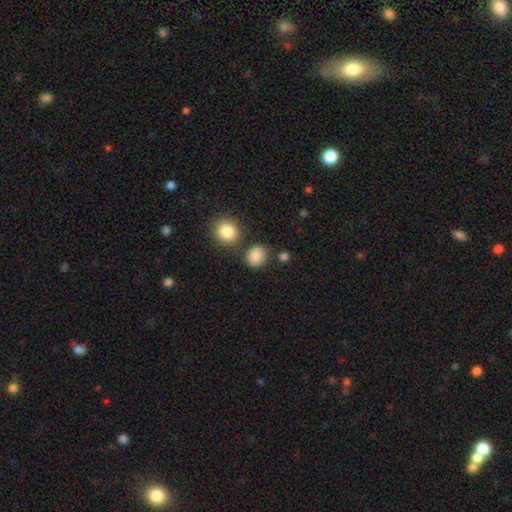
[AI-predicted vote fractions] smooth 86%, star or artifact 10%, featured or disk 4%. Down the decision tree: how rounded — round (77%); merging — none (75%).